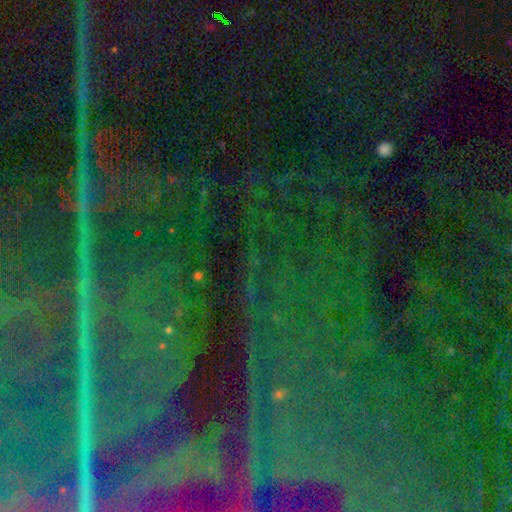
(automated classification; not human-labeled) This appears to be a star or artifact, not a galaxy (83%).